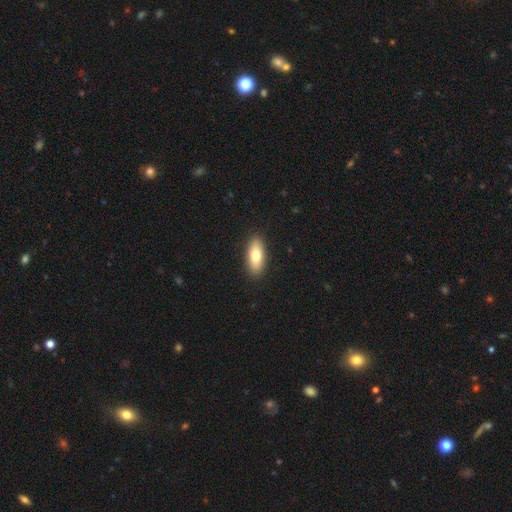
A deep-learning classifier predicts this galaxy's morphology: Smooth or featured: smooth — 76% (featured or disk — 18%)
How rounded: in between — 83% (cigar-shaped — 14%)
Merging: none — 90% (minor disturbance — 7%)